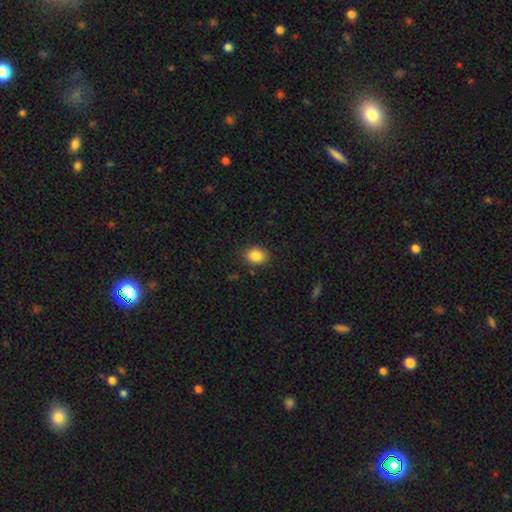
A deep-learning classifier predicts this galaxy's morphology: smooth_or_featured: smooth (p=0.85) [alt: star or artifact p=0.10]
how_rounded: round (p=0.56) [alt: in between p=0.43]
merging: none (p=0.86) [alt: minor disturbance p=0.10]